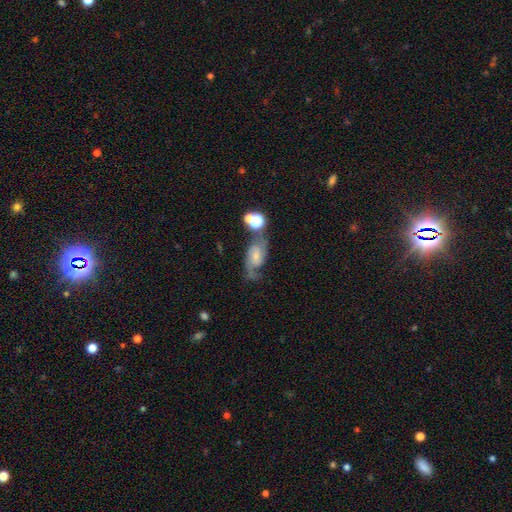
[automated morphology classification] Q: Smooth or featured?
A: featured or disk (73%); runner-up: smooth (17%)
Q: Edge-on disk?
A: no (96%); runner-up: yes (4%)
Q: Bar?
A: no (48%); runner-up: weak (41%)
Q: Spiral arms?
A: yes (94%); runner-up: no (6%)
Q: Spiral winding?
A: medium (47%); runner-up: loose (38%)
Q: Spiral arm count?
A: 2 (86%); runner-up: can't tell (6%)
Q: Bulge size?
A: small (51%); runner-up: moderate (29%)
Q: Merging?
A: none (51%); runner-up: minor disturbance (21%)